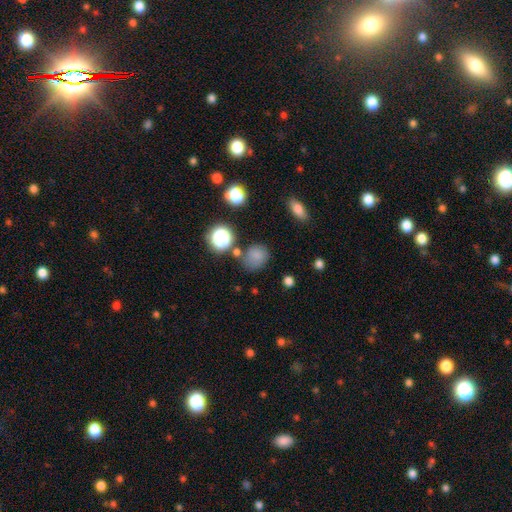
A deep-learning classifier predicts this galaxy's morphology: smooth-or-featured: smooth: 75% | star or artifact: 17% | featured or disk: 8%
  how-rounded: round: 73% | in between: 26% | cigar-shaped: 1%
  merging: none: 68% | minor disturbance: 18% | merger: 8% | major disturbance: 6%